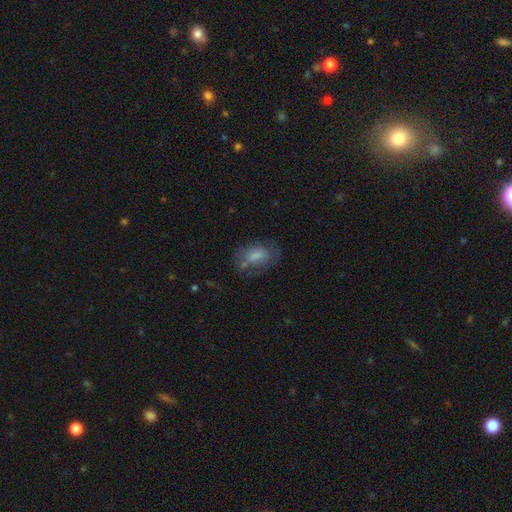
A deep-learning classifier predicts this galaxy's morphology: Smooth or featured?
  - smooth: 67% *
  - featured or disk: 24%
  - star or artifact: 9%
How rounded?
  - in between: 87% *
  - round: 9%
  - cigar-shaped: 4%
Merging?
  - none: 54% *
  - minor disturbance: 25%
  - major disturbance: 16%
  - merger: 5%